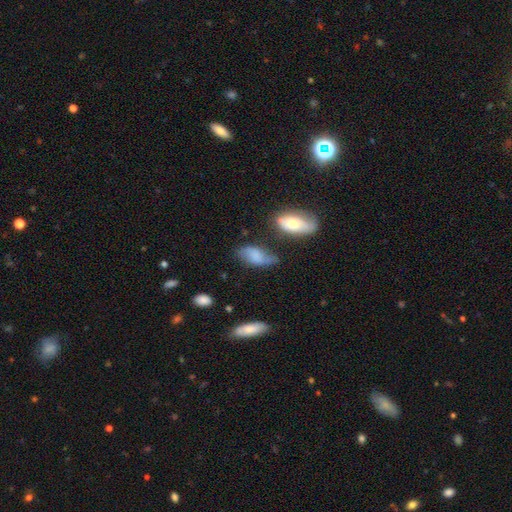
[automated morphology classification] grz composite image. It shows a smooth galaxy with no disk features (64%) that is in between round and cigar-shaped (89%). Merging: none (42%).